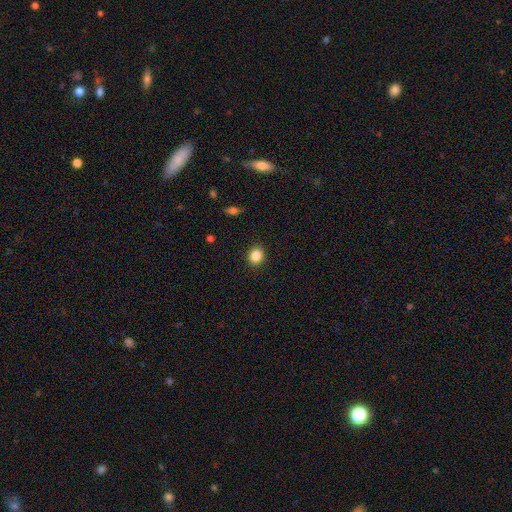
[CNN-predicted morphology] A smooth galaxy with no disk features (86%) that is round (70%).

Vote fractions:
- Smooth or featured? smooth: 86% / star or artifact: 10% / featured or disk: 4%
- How rounded? round: 70% / in between: 29% / cigar-shaped: 1%
- Merging? none: 91% / minor disturbance: 6% / major disturbance: 2% / merger: 1%